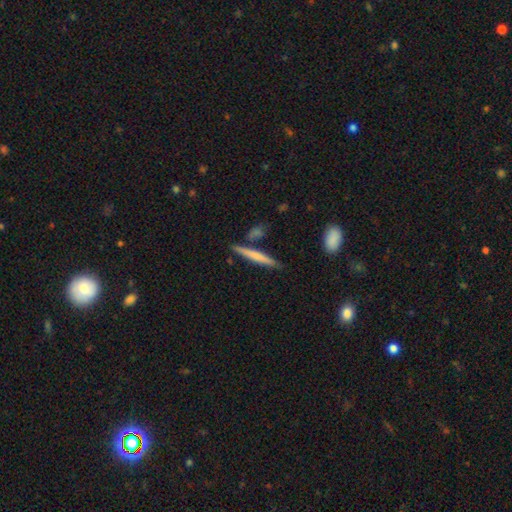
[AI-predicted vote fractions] Morphology: type=smooth (59%); roundness=cigar-shaped (94%); merging=none (81%).